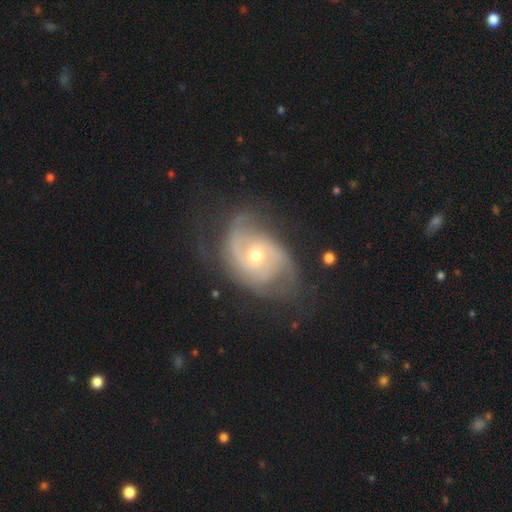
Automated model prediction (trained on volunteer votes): Smooth or featured: featured or disk — 85% (smooth — 9%)
Edge-on disk: no — 97% (yes — 3%)
Bar: no — 69% (weak — 26%)
Spiral arms: yes — 94% (no — 6%)
Spiral winding: tight — 45% (medium — 40%)
Spiral arm count: 2 — 55% (can't tell — 20%)
Bulge size: moderate — 55% (small — 40%)
Merging: none — 60% (minor disturbance — 24%)